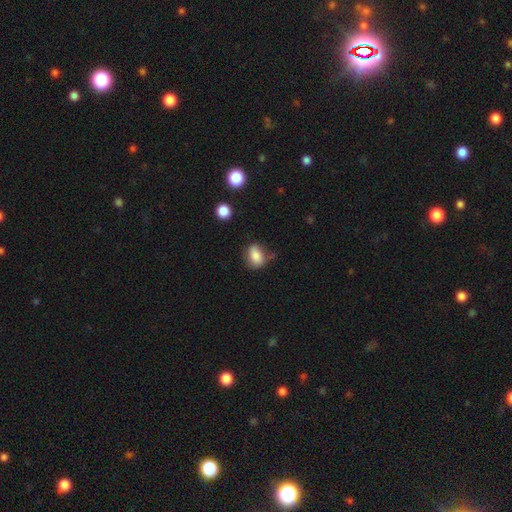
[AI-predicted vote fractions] This appears to be a smooth galaxy with no disk features (82%) that is in between round and cigar-shaped (74%). Merging: none (62%).